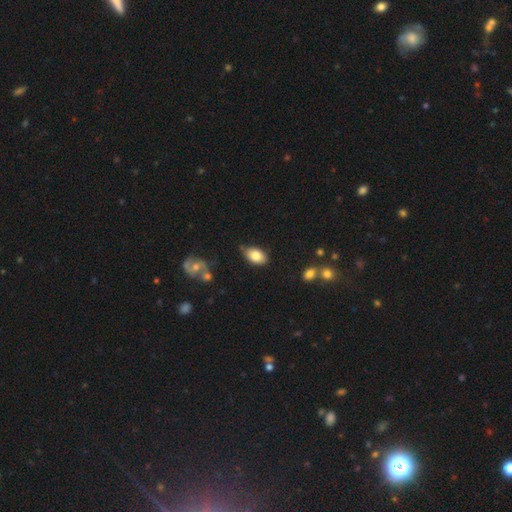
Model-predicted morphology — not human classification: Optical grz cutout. It shows a smooth galaxy with no disk features (82%) that is in between round and cigar-shaped (92%). Merging: none (67%).